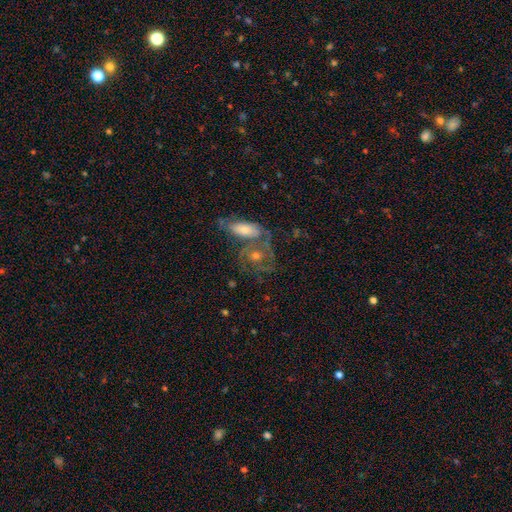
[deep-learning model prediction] This is likely a featured or disk galaxy (65%). It is clearly not viewed edge-on (90%). Bar: likely no (73%). Spiral arm pattern: likely yes (79%). Central bulge: possibly moderate (56%). Merging: marginally merger (41%).